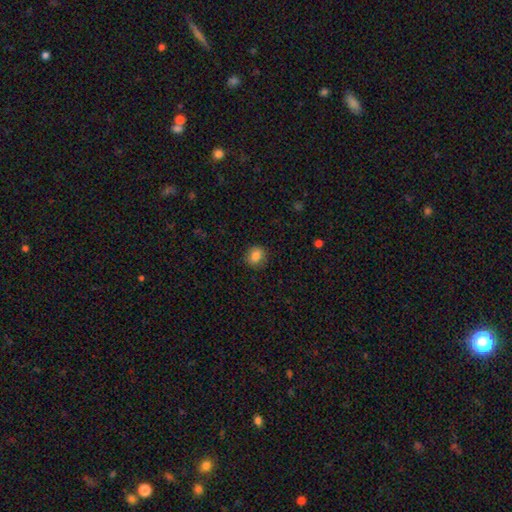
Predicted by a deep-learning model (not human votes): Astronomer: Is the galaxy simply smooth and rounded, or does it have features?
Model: smooth — 83%.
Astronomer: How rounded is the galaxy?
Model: round — 73%.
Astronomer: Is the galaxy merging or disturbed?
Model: none — 88%.